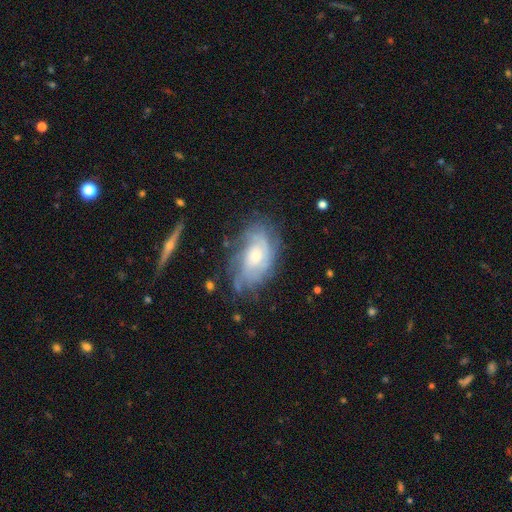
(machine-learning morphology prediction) A featured or disk galaxy (75%) with no bar (73%), tight (60%) spiral arms (88%) and a moderate central bulge (52%). Merging: none (66%).